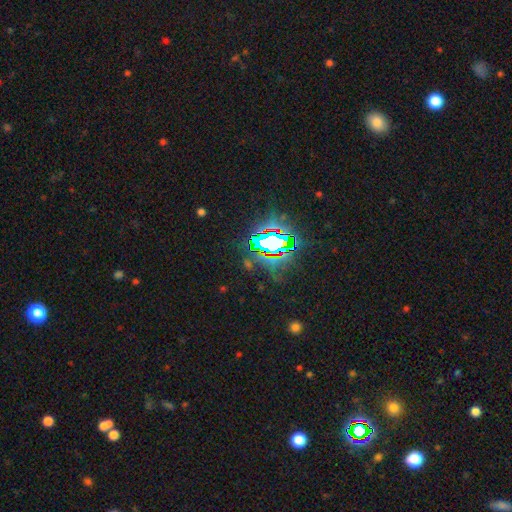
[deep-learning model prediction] star or artifact 82%, smooth 11%, featured or disk 7%.